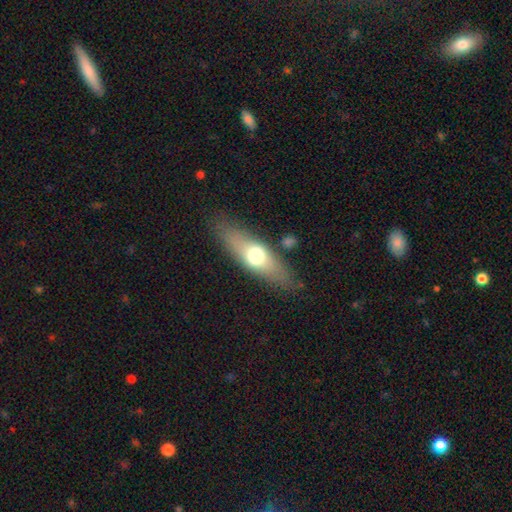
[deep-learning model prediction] The model was most divided on "how rounded": in between: 51%, cigar-shaped: 45%, round: 4%. More confident: merging — none (81%); smooth or featured — smooth (59%).